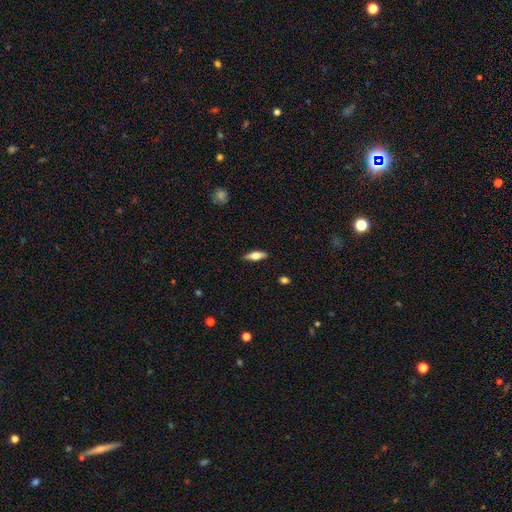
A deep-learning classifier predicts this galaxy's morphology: smooth-or-featured: smooth: 54% | featured or disk: 39% | star or artifact: 7%
  how-rounded: in between: 52% | cigar-shaped: 45% | round: 3%
  merging: none: 88% | minor disturbance: 9% | major disturbance: 2% | merger: 1%